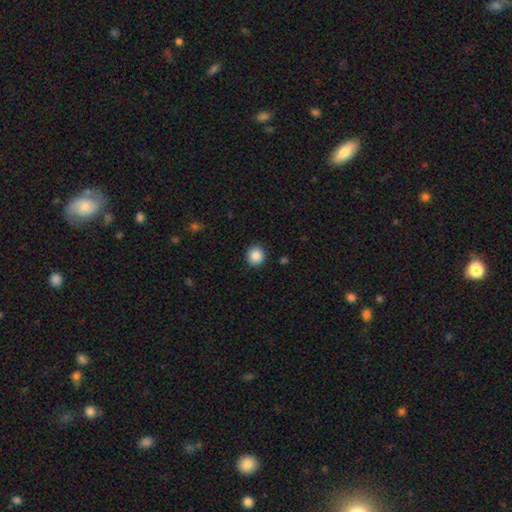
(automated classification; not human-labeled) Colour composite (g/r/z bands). It shows a smooth galaxy with no disk features (88%) that is round (92%). Merging: none (90%).